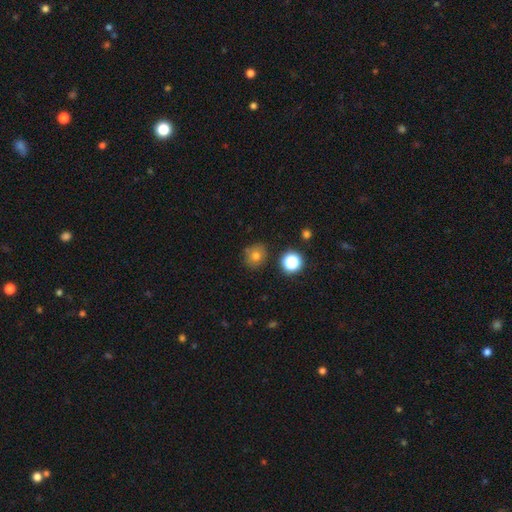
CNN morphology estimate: Smooth or featured? smooth (75%)
How rounded? round (76%)
Merging? none (78%)